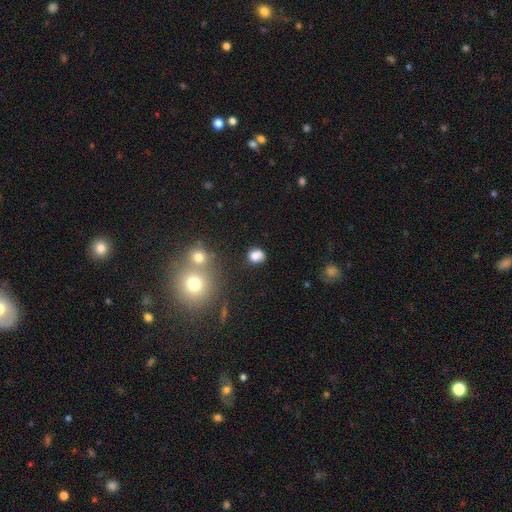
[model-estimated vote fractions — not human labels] Smooth or featured: smooth — 78% (star or artifact — 14%)
How rounded: round — 61% (in between — 37%)
Merging: none — 58% (minor disturbance — 19%)